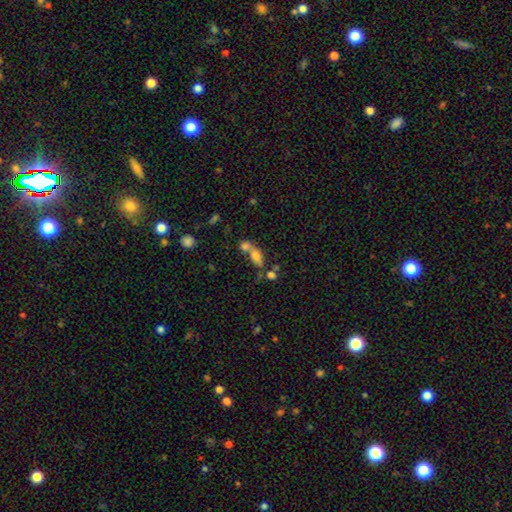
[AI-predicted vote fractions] The model was most divided on "merging": merger: 59%, none: 27%, minor disturbance: 8%, major disturbance: 6%. More confident: how rounded — in between (72%); smooth or featured — smooth (67%).